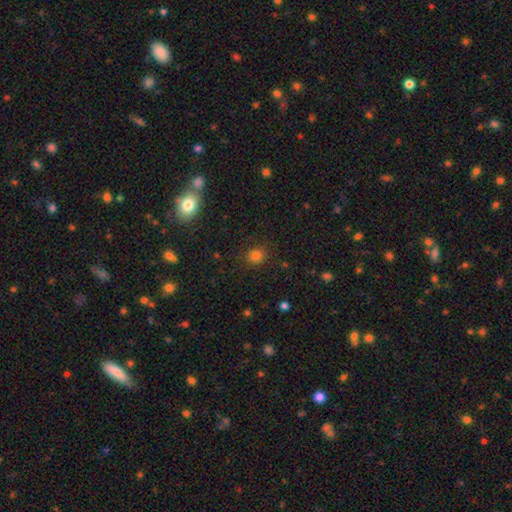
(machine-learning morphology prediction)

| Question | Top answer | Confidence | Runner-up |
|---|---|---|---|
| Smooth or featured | smooth | 79% | star or artifact (16%) |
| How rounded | round | 81% | in between (18%) |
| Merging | none | 87% | minor disturbance (9%) |